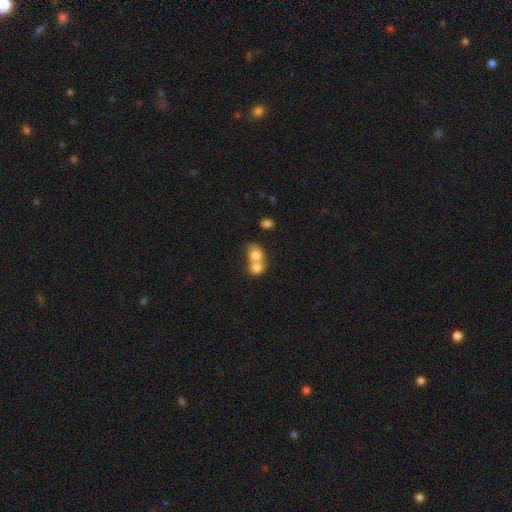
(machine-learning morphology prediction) smooth_or_featured: smooth (p=0.75) [alt: featured or disk p=0.16]
how_rounded: round (p=0.57) [alt: in between p=0.42]
merging: merger (p=0.73) [alt: none p=0.19]